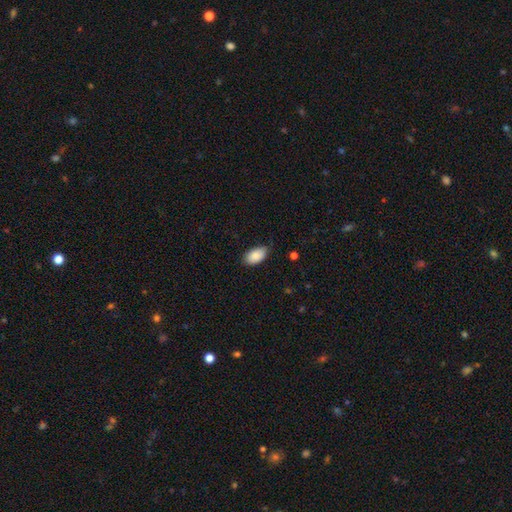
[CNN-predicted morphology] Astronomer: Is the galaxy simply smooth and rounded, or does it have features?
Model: smooth — 86%.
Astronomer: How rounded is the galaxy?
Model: in between — 95%.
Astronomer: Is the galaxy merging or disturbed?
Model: none — 78%.